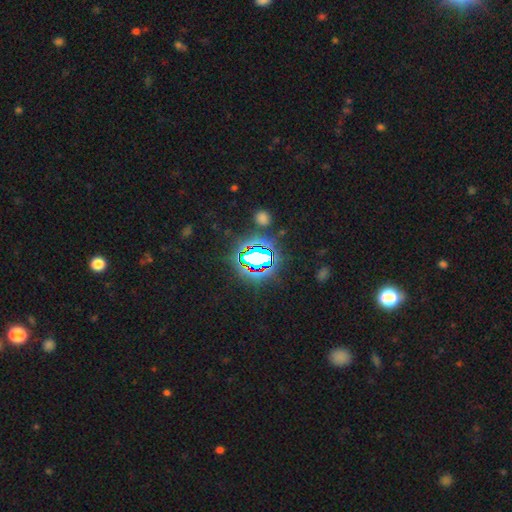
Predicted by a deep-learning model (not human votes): Overall: star or artifact (79%).